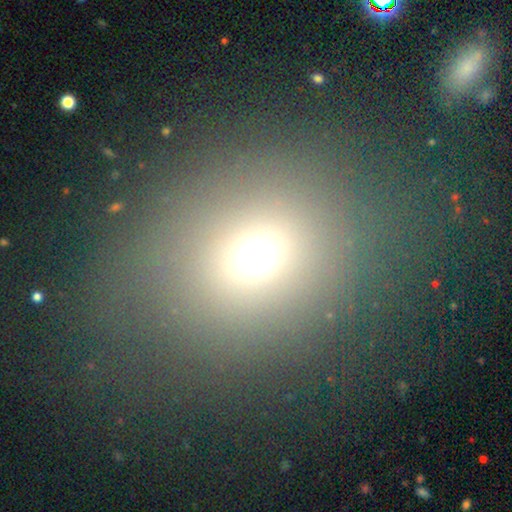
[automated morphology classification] The model was most divided on "how rounded": round: 69%, in between: 29%, cigar-shaped: 1%. More confident: merging — none (75%); smooth or featured — smooth (67%).